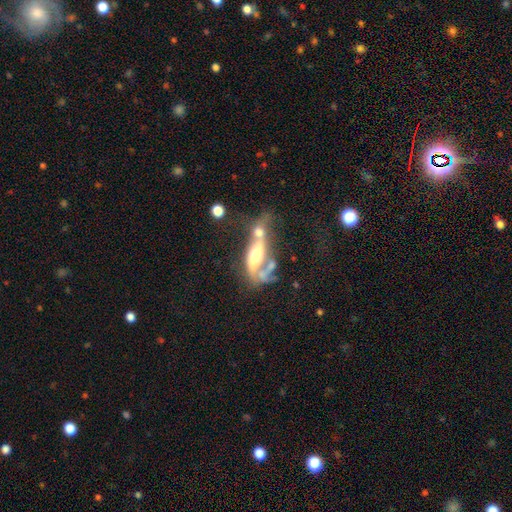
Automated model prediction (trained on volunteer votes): featured or disk 55%, smooth 35%, star or artifact 10%. Down the decision tree: edge-on disk — no (80%); merging — merger (59%).